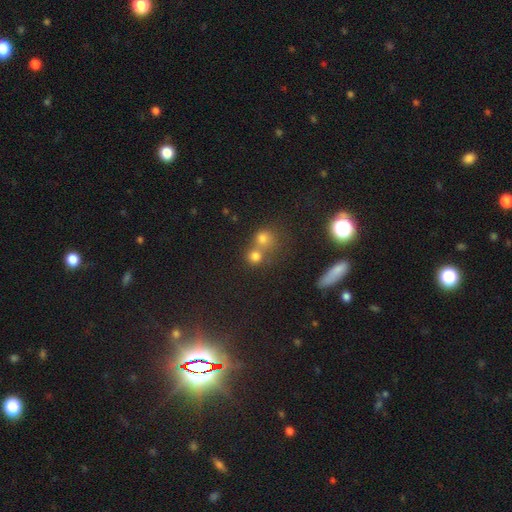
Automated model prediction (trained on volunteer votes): Smooth or featured?
  - smooth: 61% *
  - star or artifact: 27%
  - featured or disk: 11%
How rounded?
  - round: 86% *
  - in between: 12%
  - cigar-shaped: 2%
Merging?
  - none: 49% *
  - merger: 41%
  - minor disturbance: 6%
  - major disturbance: 3%